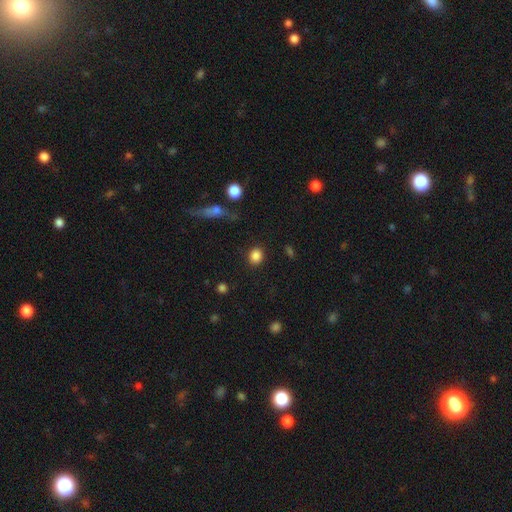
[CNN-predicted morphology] This is clearly a smooth galaxy (86%). How rounded: likely round (68%). Merging: clearly none (88%).